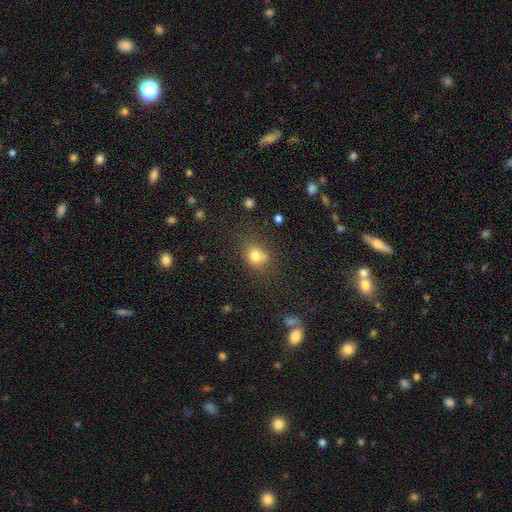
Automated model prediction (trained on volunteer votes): Morphology: type=smooth (77%); roundness=round (66%); merging=none (65%).